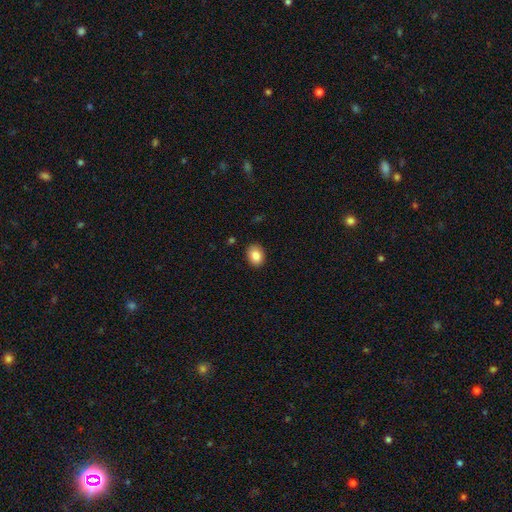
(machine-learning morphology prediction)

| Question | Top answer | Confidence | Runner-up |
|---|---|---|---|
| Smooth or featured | smooth | 86% | star or artifact (8%) |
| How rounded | in between | 62% | round (37%) |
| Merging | none | 88% | minor disturbance (8%) |